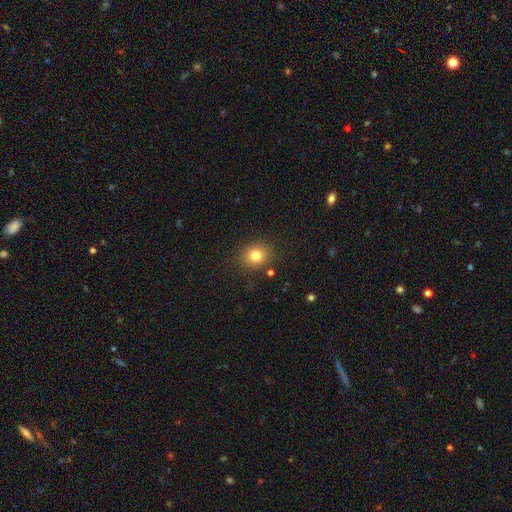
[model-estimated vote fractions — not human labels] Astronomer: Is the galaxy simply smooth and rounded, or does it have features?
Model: smooth — 80%.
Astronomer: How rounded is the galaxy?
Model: round — 74%.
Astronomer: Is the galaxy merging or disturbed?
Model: none — 86%.